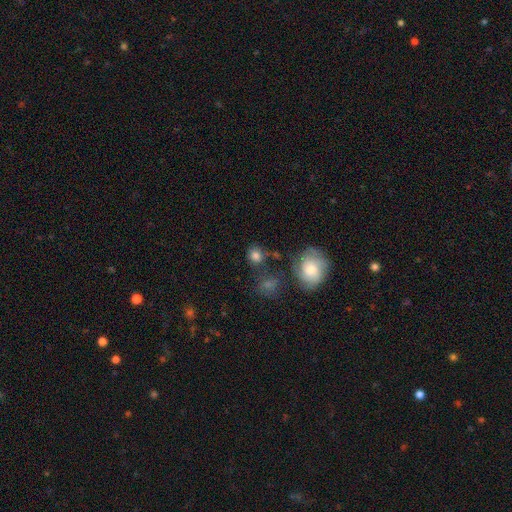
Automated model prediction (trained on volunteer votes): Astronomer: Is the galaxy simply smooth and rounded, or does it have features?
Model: smooth — 78%.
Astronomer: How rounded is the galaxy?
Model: round — 75%.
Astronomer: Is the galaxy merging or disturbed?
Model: none — 67%.